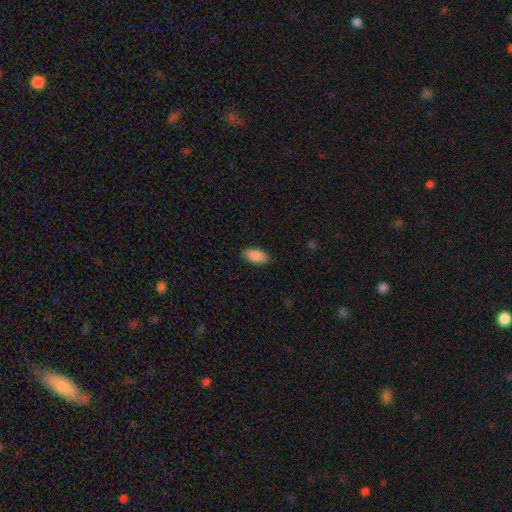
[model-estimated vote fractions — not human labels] A smooth galaxy with no disk features (90%) that is in between round and cigar-shaped (94%).

Vote fractions:
- Smooth or featured? smooth: 90% / star or artifact: 6% / featured or disk: 4%
- How rounded? in between: 94% / cigar-shaped: 4% / round: 2%
- Merging? none: 88% / minor disturbance: 9% / major disturbance: 2% / merger: 1%